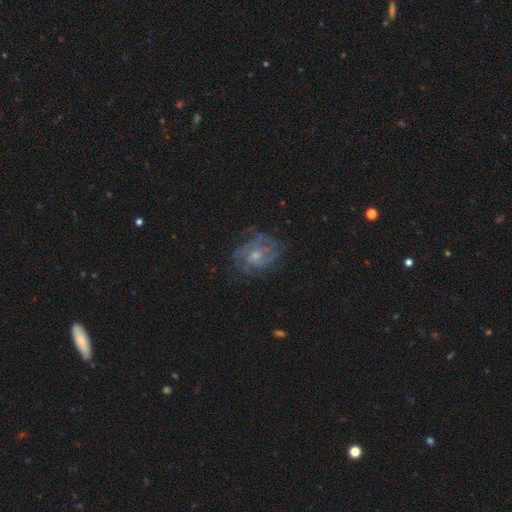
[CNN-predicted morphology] A featured or disk galaxy (78%) with no bar (68%), tight (56%) spiral arms (88%) and a small central bulge (53%).

Vote fractions:
- Smooth or featured? featured or disk: 78% / smooth: 14% / star or artifact: 8%
- Edge-on disk? no: 98% / yes: 2%
- Bar? no: 68% / weak: 28% / strong: 4%
- Spiral arms? yes: 88% / no: 12%
- Spiral winding? tight: 56% / medium: 34% / loose: 10%
- Spiral arm count? can't tell: 40% / 2: 20% / 3: 19% / 4: 10% / 1: 5% / more than 4: 5%
- Bulge size? small: 53% / moderate: 40% / none: 4% / large: 2% / dominant: 1%
- Merging? none: 68% / minor disturbance: 19% / major disturbance: 12% / merger: 1%